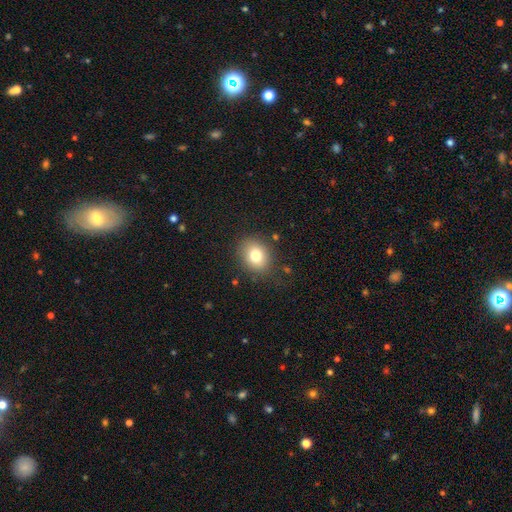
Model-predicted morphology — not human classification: smooth_or_featured: smooth (p=0.77) [alt: featured or disk p=0.12]
how_rounded: round (p=0.55) [alt: in between p=0.44]
merging: none (p=0.84) [alt: minor disturbance p=0.11]